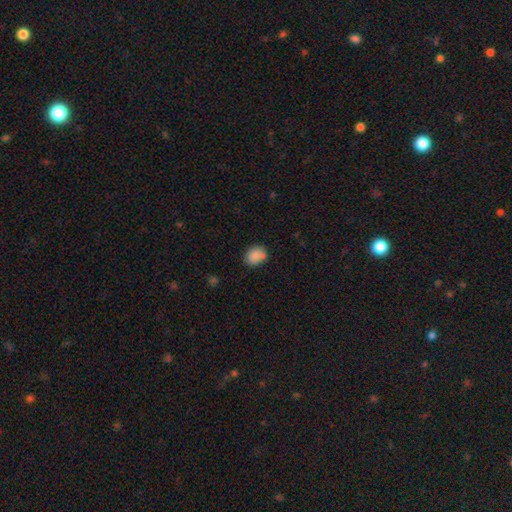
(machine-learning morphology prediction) Smooth or featured: smooth — 86% (star or artifact — 9%)
How rounded: round — 53% (in between — 46%)
Merging: none — 67% (minor disturbance — 18%)